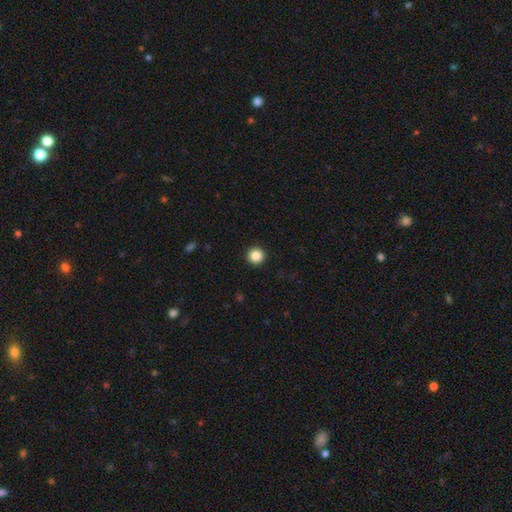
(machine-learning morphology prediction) Smooth or featured? smooth (86%)
How rounded? round (96%)
Merging? none (94%)